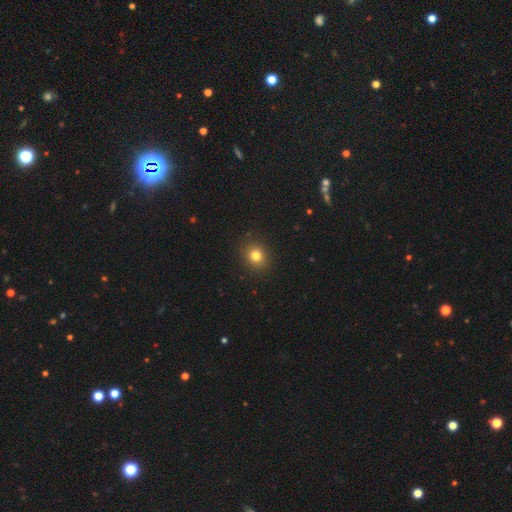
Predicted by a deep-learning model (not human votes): The model was most divided on "how rounded": round: 78%, in between: 21%, cigar-shaped: 1%. More confident: merging — none (90%); smooth or featured — smooth (80%).